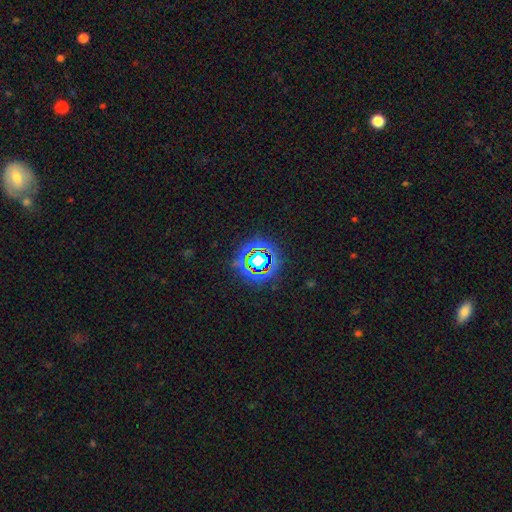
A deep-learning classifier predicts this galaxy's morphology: A star or artifact, not a galaxy (70%).

Vote fractions:
- Smooth or featured? star or artifact: 70% / smooth: 18% / featured or disk: 12%